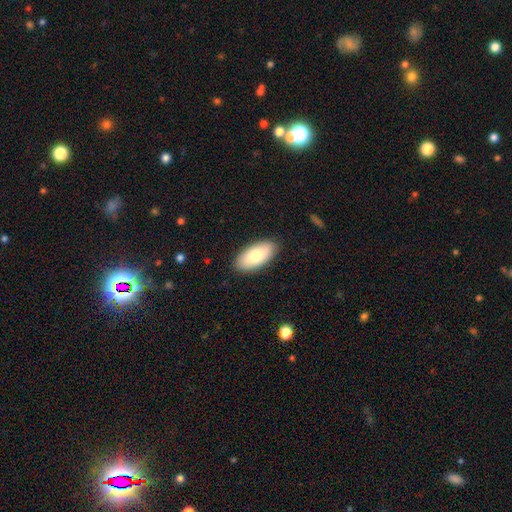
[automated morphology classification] Smooth or featured? Predicted: smooth (p=0.78). How rounded? Predicted: in between (p=0.94). Merging? Predicted: none (p=0.89).